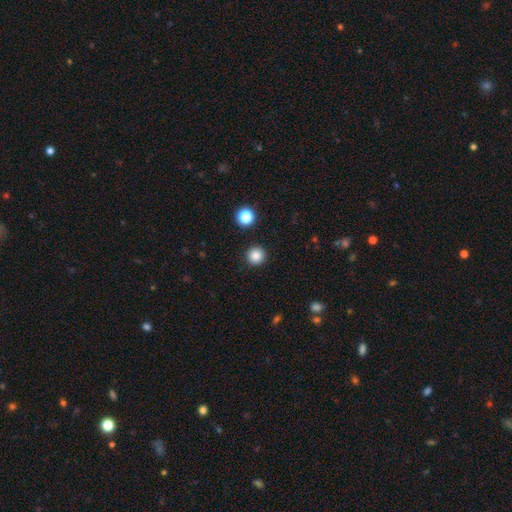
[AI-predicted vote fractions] Overall: smooth (86%). How rounded: round (96%). Merging: none (92%).